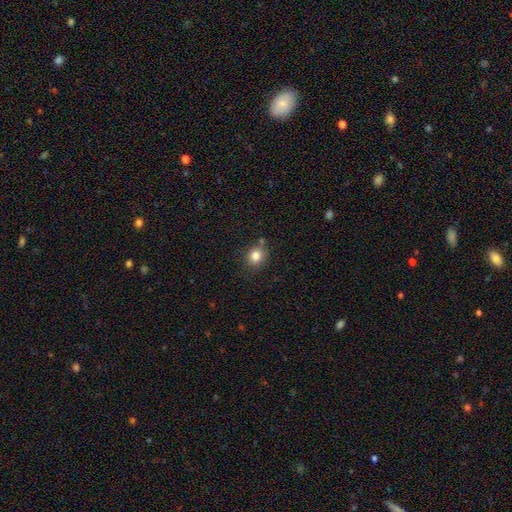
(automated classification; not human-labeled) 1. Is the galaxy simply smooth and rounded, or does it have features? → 82% smooth, 11% star or artifact, 6% featured or disk.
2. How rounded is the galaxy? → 71% round, 28% in between, 1% cigar-shaped.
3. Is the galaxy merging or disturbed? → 76% none, 14% minor disturbance, 6% merger, 3% major disturbance.